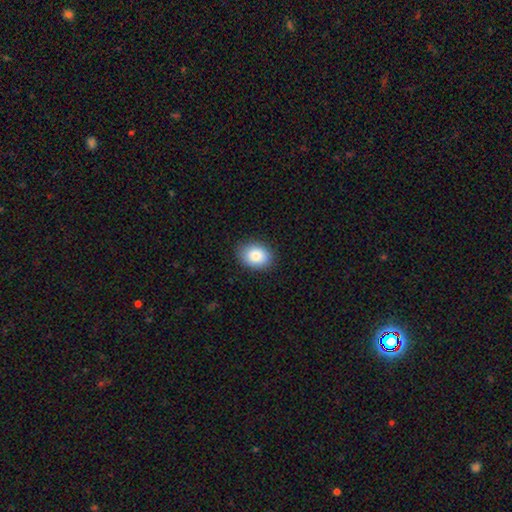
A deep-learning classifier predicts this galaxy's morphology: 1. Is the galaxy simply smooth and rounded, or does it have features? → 85% smooth, 8% star or artifact, 7% featured or disk.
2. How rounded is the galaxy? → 70% in between, 29% round, 1% cigar-shaped.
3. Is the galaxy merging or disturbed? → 87% none, 9% minor disturbance, 2% major disturbance, 1% merger.